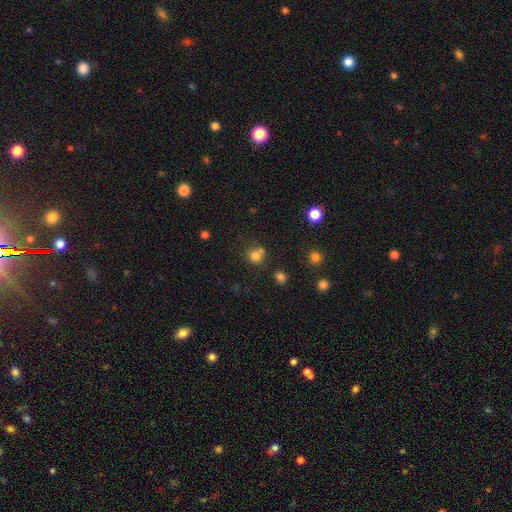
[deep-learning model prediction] smooth 77%, star or artifact 15%, featured or disk 8%. Down the decision tree: how rounded — round (83%); merging — none (54%).